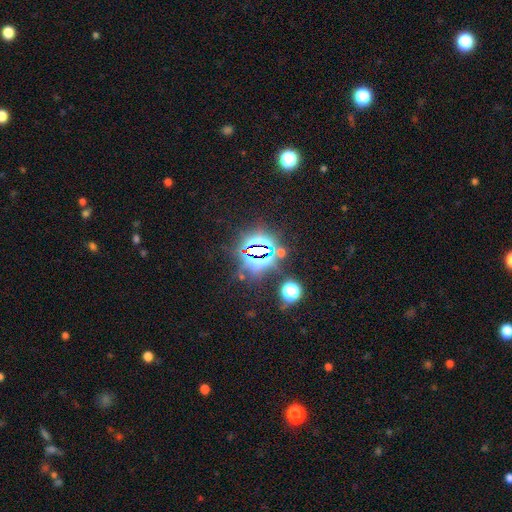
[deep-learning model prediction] Morphology: type=star or artifact (83%).